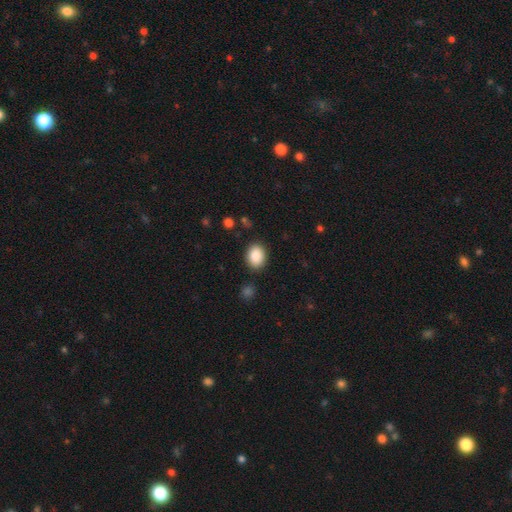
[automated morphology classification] This appears to be a smooth galaxy with no disk features (89%) that is in between round and cigar-shaped (68%). Merging: none (85%).